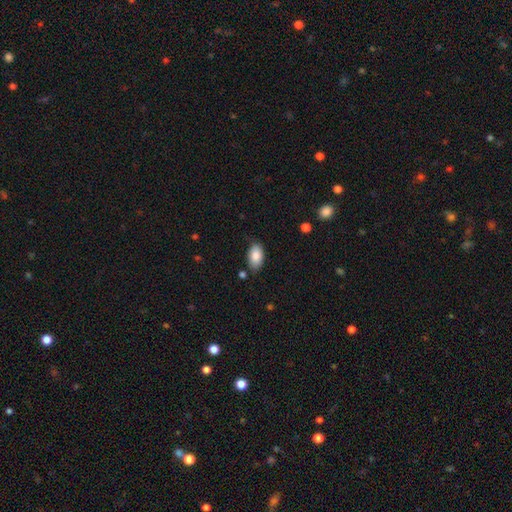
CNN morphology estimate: The model was most divided on "merging": none: 77%, minor disturbance: 17%, major disturbance: 3%, merger: 2%. More confident: how rounded — in between (93%); smooth or featured — smooth (87%).